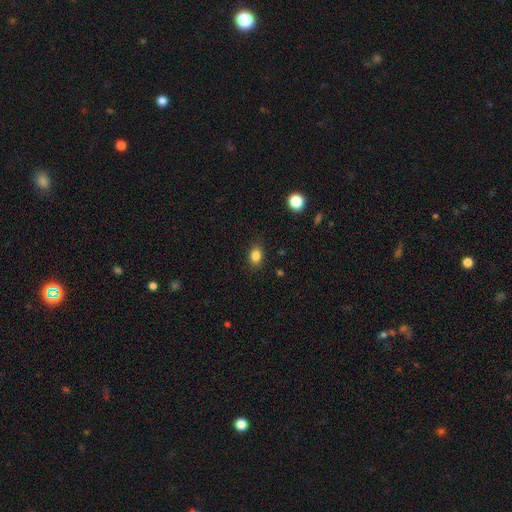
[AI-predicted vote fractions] Morphology: type=smooth (84%); roundness=in between (70%); merging=none (86%).